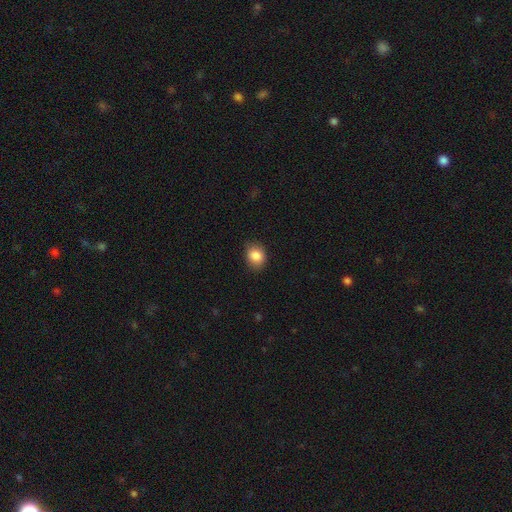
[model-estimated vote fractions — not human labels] This is clearly a smooth galaxy (87%). How rounded: possibly round (57%). Merging: likely none (79%).